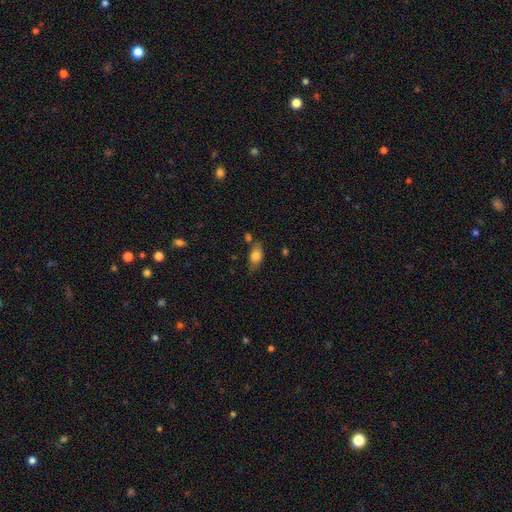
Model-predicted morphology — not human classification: smooth-or-featured: smooth: 78% | featured or disk: 15% | star or artifact: 8%
  how-rounded: in between: 86% | cigar-shaped: 7% | round: 7%
  merging: none: 69% | minor disturbance: 19% | merger: 7% | major disturbance: 4%